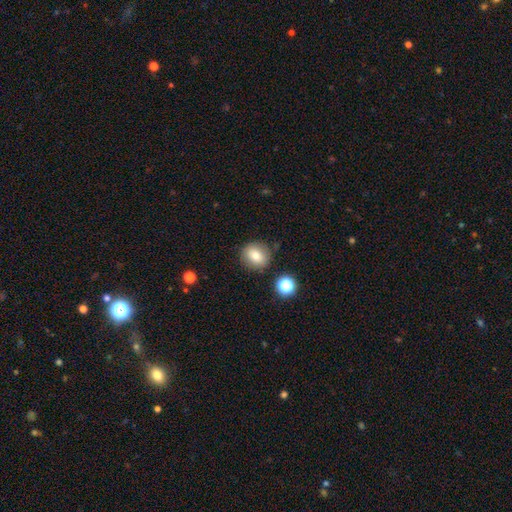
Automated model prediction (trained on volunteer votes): A smooth galaxy with no disk features (75%) that is round (81%). Merging: none (83%).